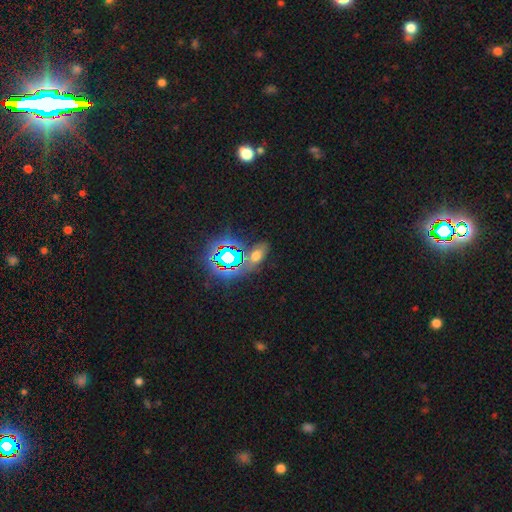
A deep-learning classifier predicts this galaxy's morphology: Overall: smooth (50%; star or artifact 37%). Merging: none (70%).